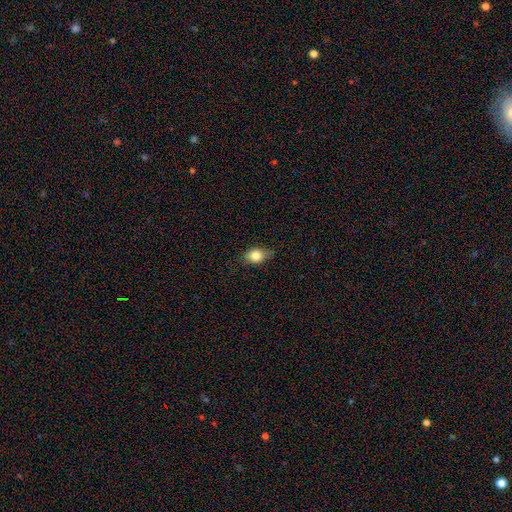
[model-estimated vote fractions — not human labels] Morphology: type=smooth (79%); roundness=in between (67%); merging=none (68%).